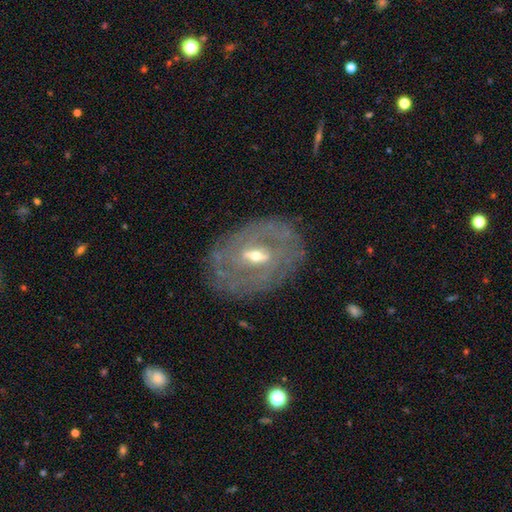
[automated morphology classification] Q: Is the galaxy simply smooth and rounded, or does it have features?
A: featured or disk — 75%.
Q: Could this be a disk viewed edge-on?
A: no — 93%.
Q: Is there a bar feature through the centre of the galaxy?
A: weak — 48%.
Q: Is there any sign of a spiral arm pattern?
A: yes — 64%.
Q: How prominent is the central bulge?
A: moderate — 60%.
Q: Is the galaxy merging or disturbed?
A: none — 80%.